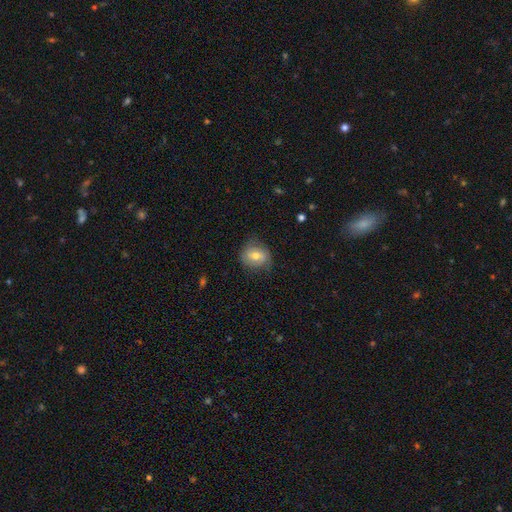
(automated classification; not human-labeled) smooth-or-featured: smooth: 58% | featured or disk: 34% | star or artifact: 8%
  how-rounded: round: 64% | in between: 35% | cigar-shaped: 1%
  merging: none: 67% | minor disturbance: 24% | major disturbance: 8% | merger: 1%